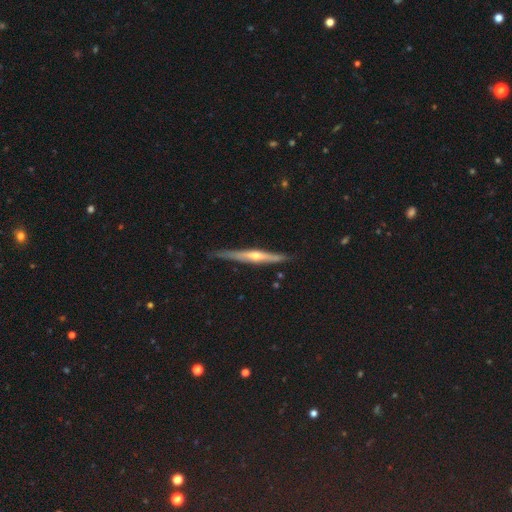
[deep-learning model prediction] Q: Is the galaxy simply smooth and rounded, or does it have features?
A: featured or disk — 74%.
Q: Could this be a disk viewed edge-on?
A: yes — 97%.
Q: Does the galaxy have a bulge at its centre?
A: rounded — 79%.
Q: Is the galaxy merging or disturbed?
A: none — 84%.